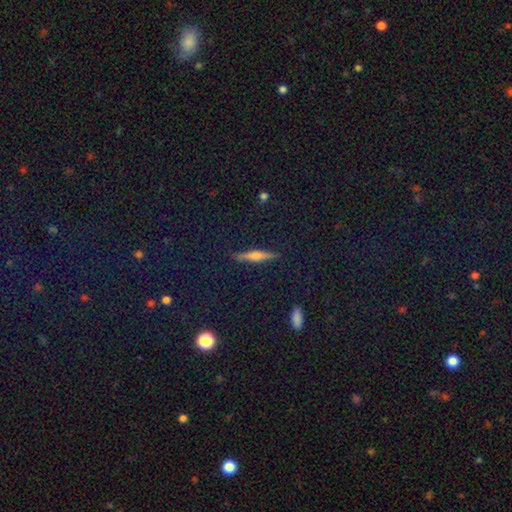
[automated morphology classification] Smooth or featured?
  - featured or disk: 59% *
  - smooth: 29%
  - star or artifact: 12%
Edge-on disk?
  - yes: 96% *
  - no: 4%
Edge-on bulge?
  - rounded: 85% *
  - none: 8%
  - boxy: 7%
Merging?
  - none: 90% *
  - minor disturbance: 7%
  - major disturbance: 2%
  - merger: 1%